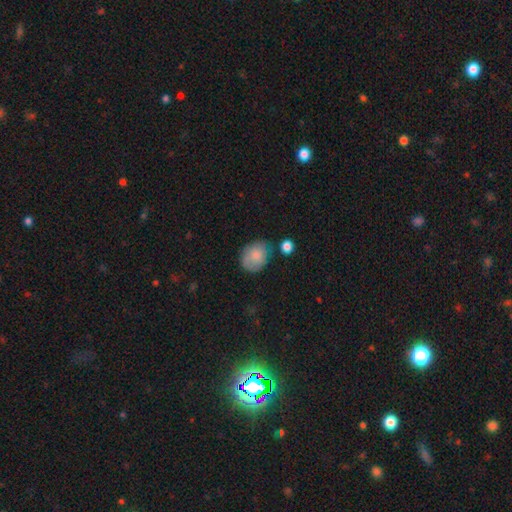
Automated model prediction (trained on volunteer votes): Q: Smooth or featured?
A: smooth (77%); runner-up: featured or disk (15%)
Q: How rounded?
A: in between (51%); runner-up: round (48%)
Q: Merging?
A: none (62%); runner-up: minor disturbance (25%)